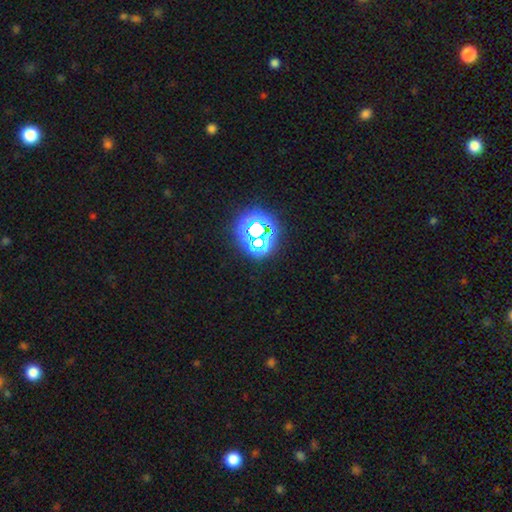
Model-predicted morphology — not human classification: This is likely a star or artifact rather than a galaxy (66%).